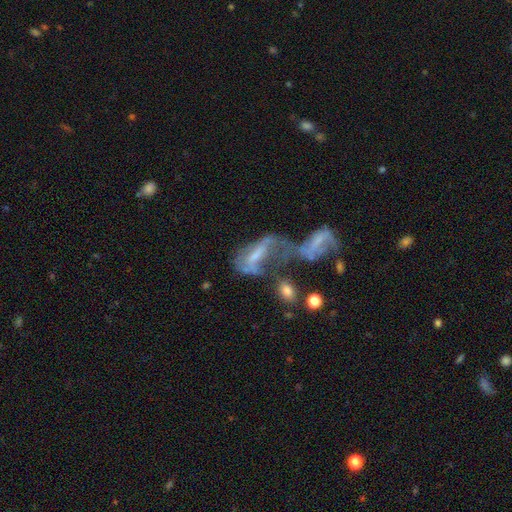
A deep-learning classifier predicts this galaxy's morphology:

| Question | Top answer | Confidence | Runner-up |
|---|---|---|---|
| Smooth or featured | featured or disk | 58% | smooth (28%) |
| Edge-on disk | no | 91% | yes (9%) |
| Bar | no | 45% | weak (31%) |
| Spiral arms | no | 56% | yes (44%) |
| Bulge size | none | 40% | small (30%) |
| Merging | merger | 63% | major disturbance (21%) |